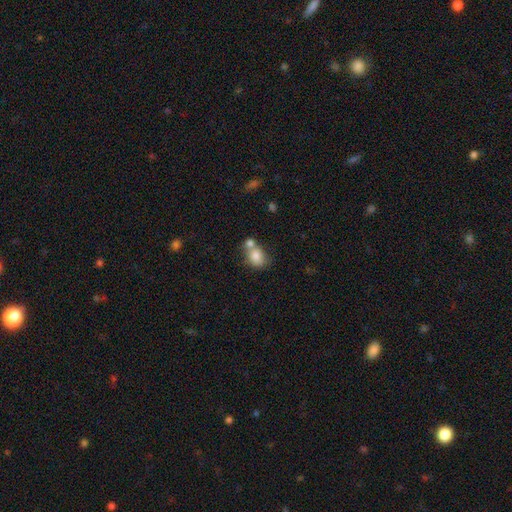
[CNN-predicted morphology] Smooth or featured? smooth (80%)
How rounded? in between (55%)
Merging? merger (44%)